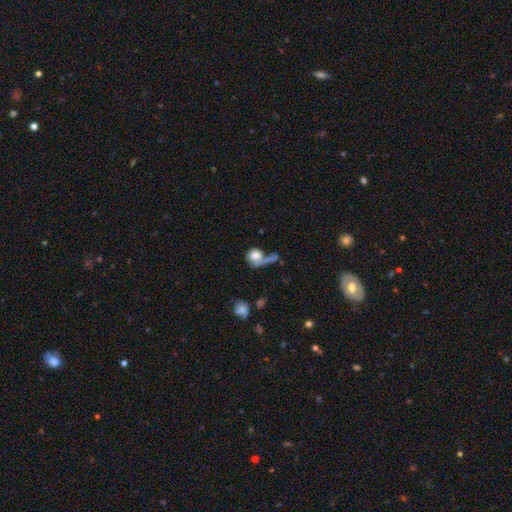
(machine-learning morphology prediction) A smooth galaxy with no disk features (70%) that is round (65%).

Vote fractions:
- Smooth or featured? smooth: 70% / featured or disk: 20% / star or artifact: 10%
- How rounded? round: 65% / in between: 31% / cigar-shaped: 4%
- Merging? none: 33% / merger: 28% / major disturbance: 26% / minor disturbance: 14%